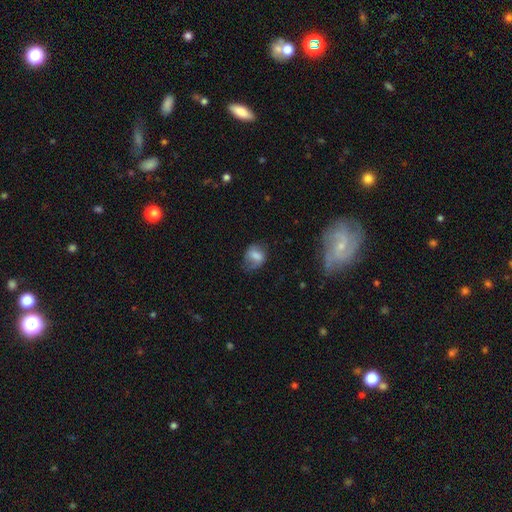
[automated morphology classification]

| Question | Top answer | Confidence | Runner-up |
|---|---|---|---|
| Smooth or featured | smooth | 68% | featured or disk (22%) |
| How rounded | in between | 62% | round (36%) |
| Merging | none | 50% | minor disturbance (31%) |